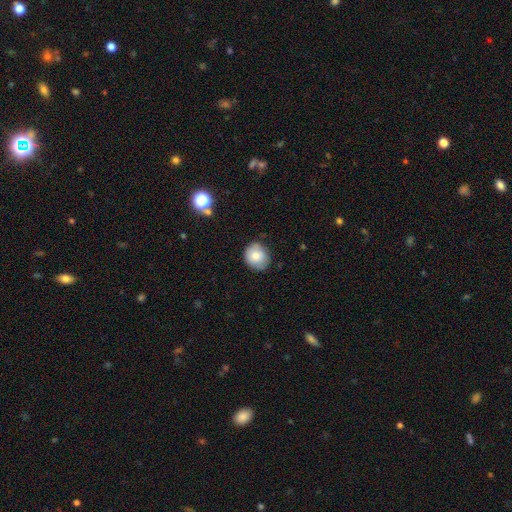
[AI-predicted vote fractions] The model was most divided on "how rounded": round: 77%, in between: 22%, cigar-shaped: 1%. More confident: smooth or featured — smooth (78%); merging — none (76%).